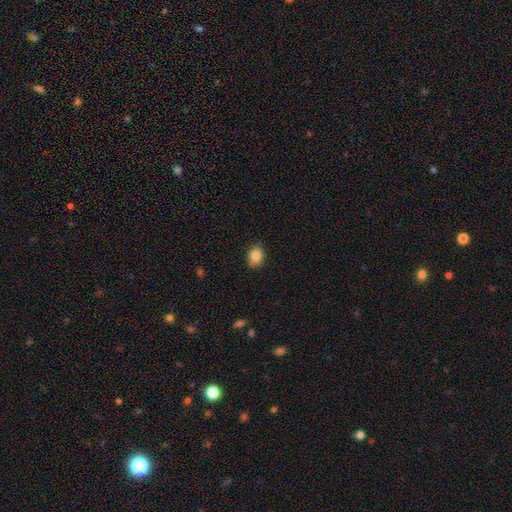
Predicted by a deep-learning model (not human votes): smooth-or-featured: smooth: 87% | star or artifact: 9% | featured or disk: 5%
  how-rounded: in between: 62% | round: 37% | cigar-shaped: 1%
  merging: none: 83% | minor disturbance: 14% | major disturbance: 3% | merger: 1%